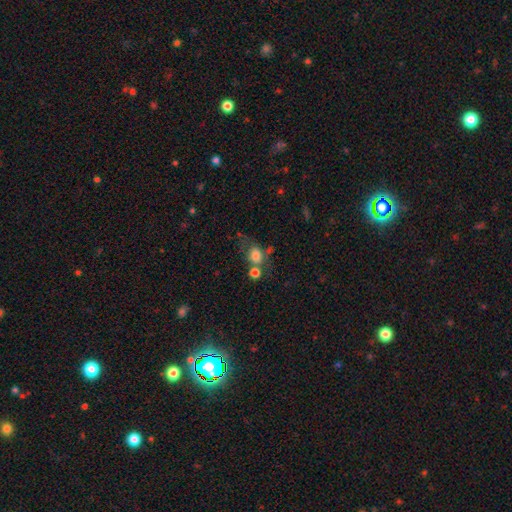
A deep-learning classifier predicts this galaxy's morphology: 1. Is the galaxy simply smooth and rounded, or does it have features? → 74% smooth, 14% featured or disk, 11% star or artifact.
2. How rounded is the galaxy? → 50% round, 48% in between, 2% cigar-shaped.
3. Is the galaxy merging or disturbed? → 40% none, 29% merger, 18% minor disturbance, 13% major disturbance.